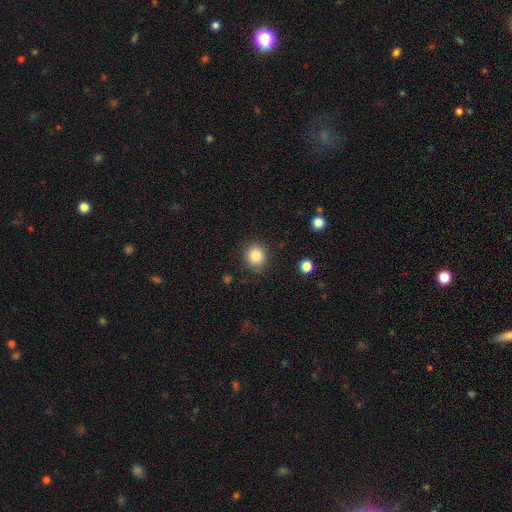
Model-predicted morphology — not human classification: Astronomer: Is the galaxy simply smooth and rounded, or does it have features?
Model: smooth — 84%.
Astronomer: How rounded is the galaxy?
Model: round — 83%.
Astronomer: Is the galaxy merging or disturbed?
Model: none — 87%.